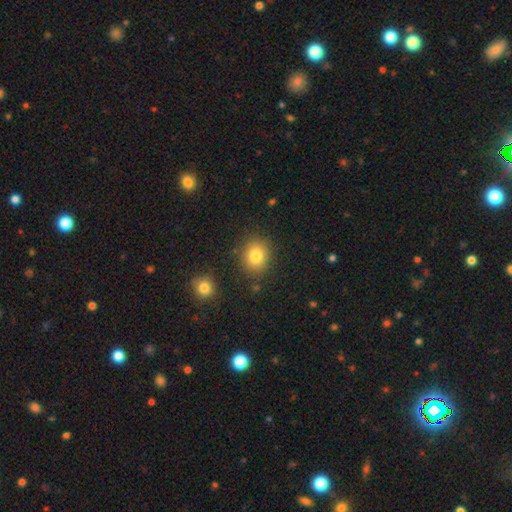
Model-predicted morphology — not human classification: Smooth or featured: smooth — 82% (star or artifact — 11%)
How rounded: round — 71% (in between — 28%)
Merging: none — 84% (minor disturbance — 9%)